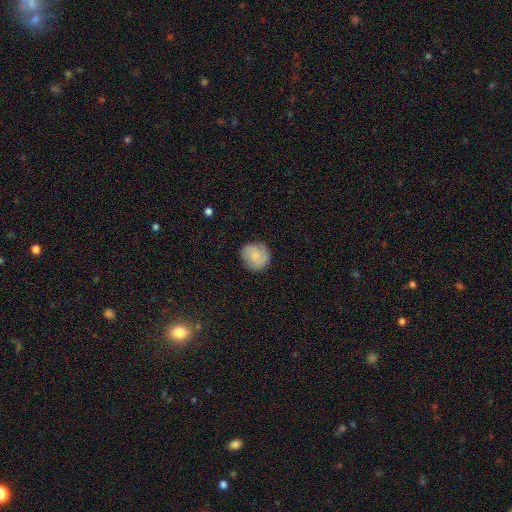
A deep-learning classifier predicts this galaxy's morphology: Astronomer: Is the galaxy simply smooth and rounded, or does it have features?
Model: smooth — 66%.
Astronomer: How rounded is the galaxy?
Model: round — 87%.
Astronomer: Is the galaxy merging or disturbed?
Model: none — 83%.